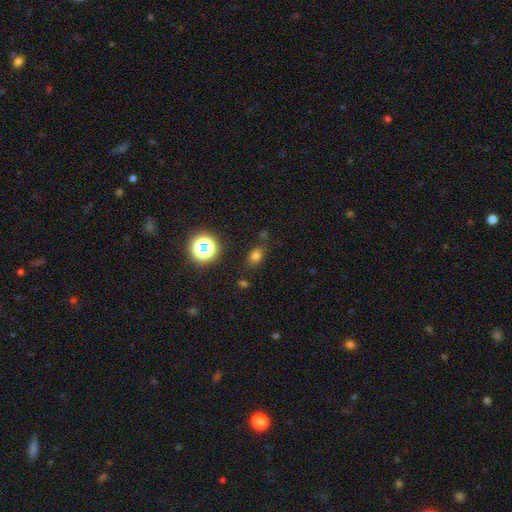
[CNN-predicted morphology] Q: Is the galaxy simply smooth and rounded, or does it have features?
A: smooth — 69%.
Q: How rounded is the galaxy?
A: in between — 69%.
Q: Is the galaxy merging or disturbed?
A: none — 78%.